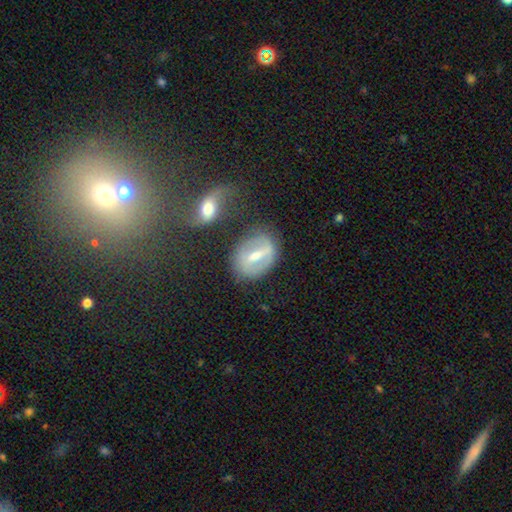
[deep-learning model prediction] Smooth or featured? Predicted: featured or disk (p=0.62). Edge-on disk? Predicted: no (p=0.89). Bar? Predicted: strong (p=0.62). Spiral arms? Predicted: no (p=0.60). Bulge size? Predicted: moderate (p=0.59). Merging? Predicted: none (p=0.65).